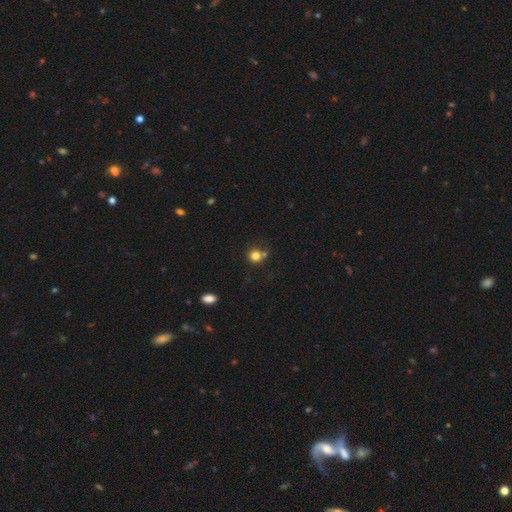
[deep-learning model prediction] Morphology: type=smooth (80%); roundness=round (90%); merging=none (66%).